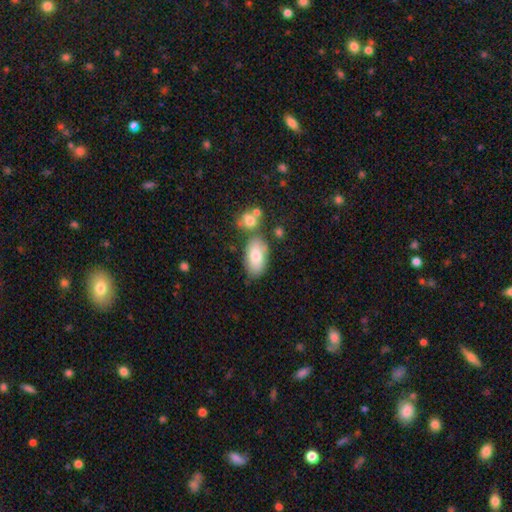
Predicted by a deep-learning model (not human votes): Q: Smooth or featured?
A: smooth (78%); runner-up: featured or disk (16%)
Q: How rounded?
A: in between (93%); runner-up: round (5%)
Q: Merging?
A: none (65%); runner-up: minor disturbance (16%)